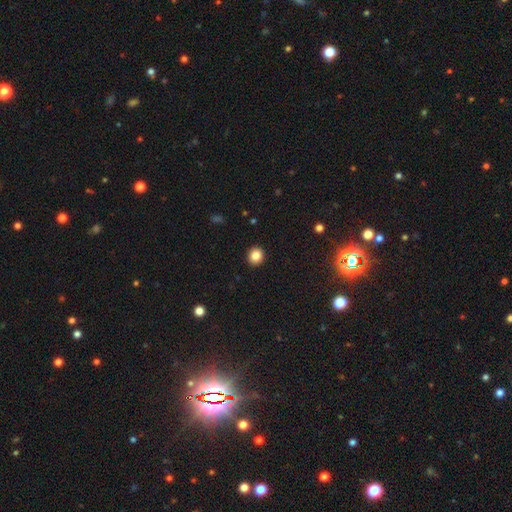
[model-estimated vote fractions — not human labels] smooth-or-featured: smooth: 85% | star or artifact: 10% | featured or disk: 5%
  how-rounded: round: 81% | in between: 18% | cigar-shaped: 1%
  merging: none: 92% | minor disturbance: 5% | major disturbance: 2% | merger: 1%